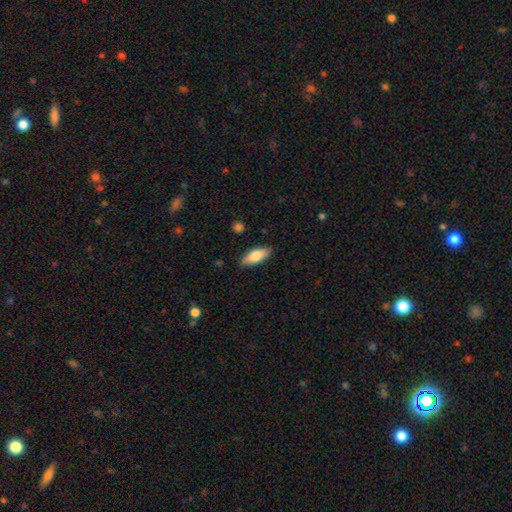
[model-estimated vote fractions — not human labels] This appears to be a smooth galaxy with no disk features (77%) that is in between round and cigar-shaped (74%). Merging: none (86%).